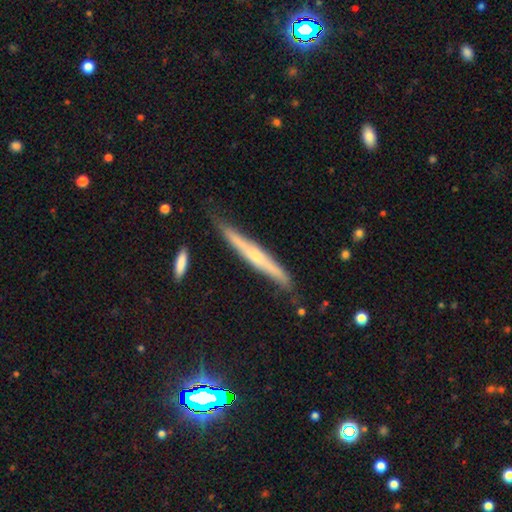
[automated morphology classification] smooth_or_featured: featured or disk (p=0.64) [alt: smooth p=0.28]
disk_edge_on: yes (p=0.93) [alt: no p=0.07]
edge_on_bulge: rounded (p=0.68) [alt: none p=0.28]
merging: none (p=0.76) [alt: minor disturbance p=0.19]